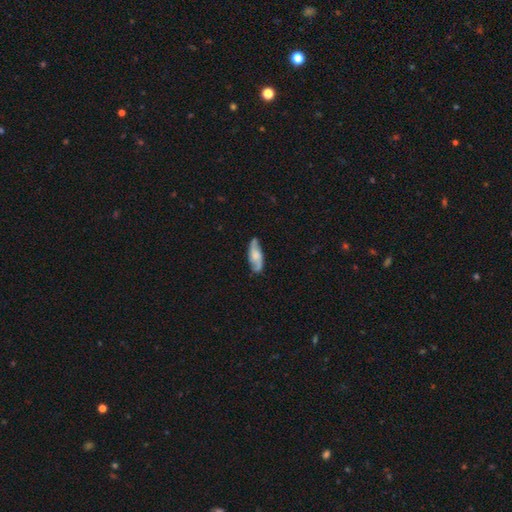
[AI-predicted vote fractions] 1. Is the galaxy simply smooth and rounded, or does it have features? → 62% featured or disk, 31% smooth, 7% star or artifact.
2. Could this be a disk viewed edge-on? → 85% no, 15% yes.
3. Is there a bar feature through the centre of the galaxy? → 60% no, 33% weak, 7% strong.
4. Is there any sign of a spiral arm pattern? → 93% yes, 7% no.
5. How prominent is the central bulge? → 30% moderate, 26% none, 23% small, 18% large, 3% dominant.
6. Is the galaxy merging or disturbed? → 77% none, 17% minor disturbance, 4% major disturbance, 2% merger.